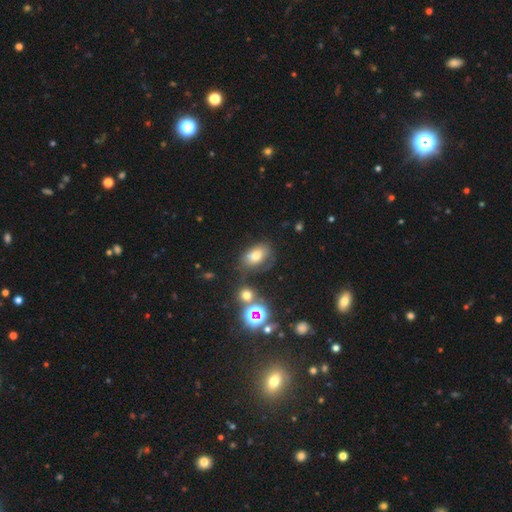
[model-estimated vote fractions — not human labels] Overall: smooth (67%). How rounded: in between (83%). Merging: none (59%; minor disturbance 22%).